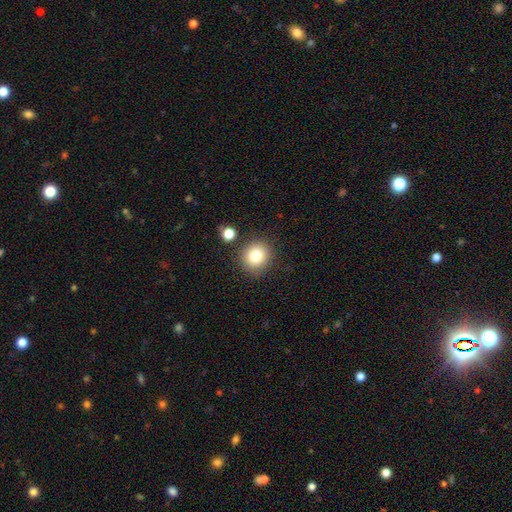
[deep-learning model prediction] Smooth or featured? smooth (80%)
How rounded? round (86%)
Merging? none (84%)